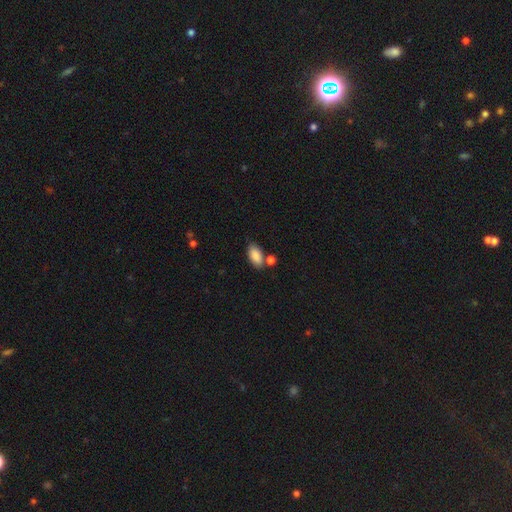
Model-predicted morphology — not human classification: Smooth or featured? smooth (88%)
How rounded? in between (93%)
Merging? none (68%)